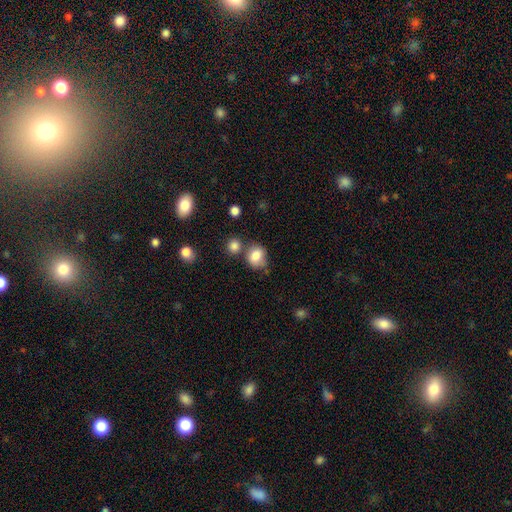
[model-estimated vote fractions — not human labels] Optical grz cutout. It shows a smooth galaxy with no disk features (82%) that is round (64%). Merging: none (56%).